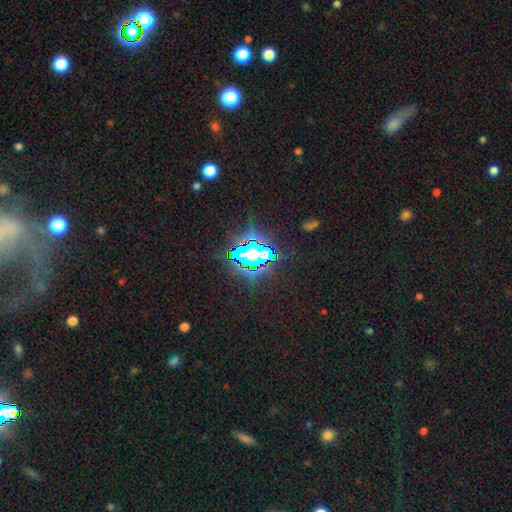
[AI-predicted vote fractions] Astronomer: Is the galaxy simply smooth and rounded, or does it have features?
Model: star or artifact — 80%.